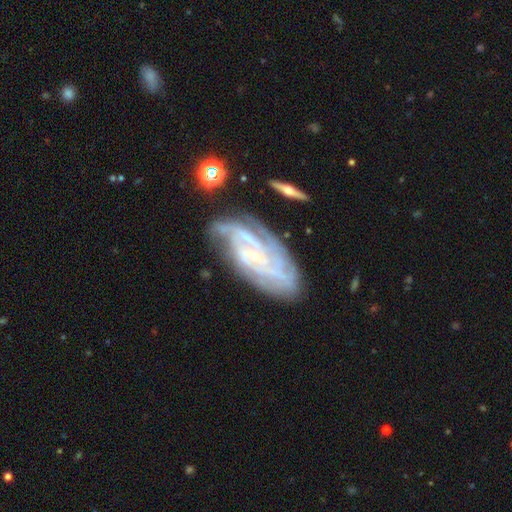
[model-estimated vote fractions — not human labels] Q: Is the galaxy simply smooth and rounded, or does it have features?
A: featured or disk — 83%.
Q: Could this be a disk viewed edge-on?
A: no — 93%.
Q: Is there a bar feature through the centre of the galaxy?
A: no — 56%.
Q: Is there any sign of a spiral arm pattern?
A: yes — 93%.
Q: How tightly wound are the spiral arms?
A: tight — 60%.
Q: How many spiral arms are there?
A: can't tell — 35%.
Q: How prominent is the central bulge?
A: small — 80%.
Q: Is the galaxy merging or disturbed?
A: none — 61%.